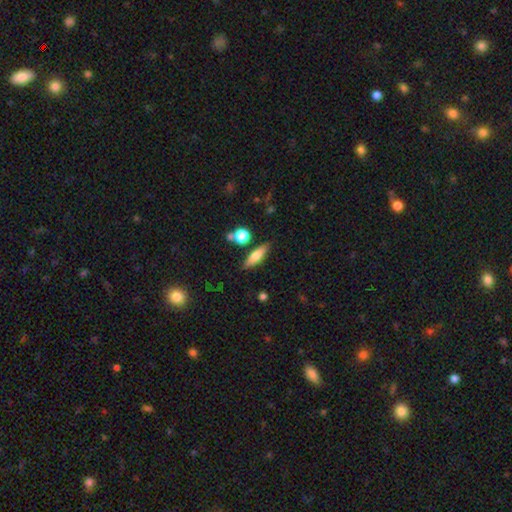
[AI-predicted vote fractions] Morphology: type=smooth (67%); roundness=cigar-shaped (57%); merging=none (81%).